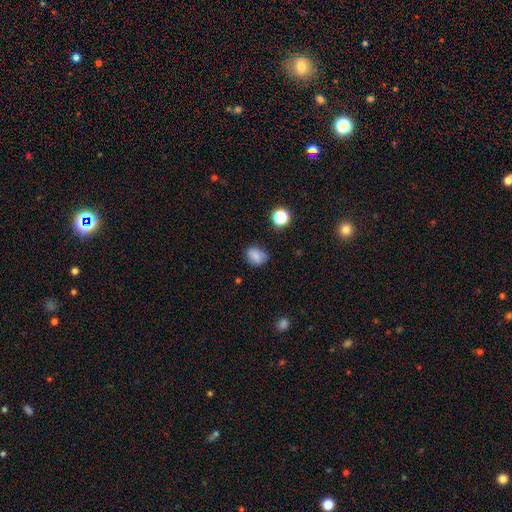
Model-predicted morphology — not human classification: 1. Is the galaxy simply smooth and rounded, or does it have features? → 78% smooth, 12% star or artifact, 10% featured or disk.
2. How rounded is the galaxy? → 52% in between, 47% round, 1% cigar-shaped.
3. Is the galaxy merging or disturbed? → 70% none, 23% minor disturbance, 5% major disturbance, 2% merger.